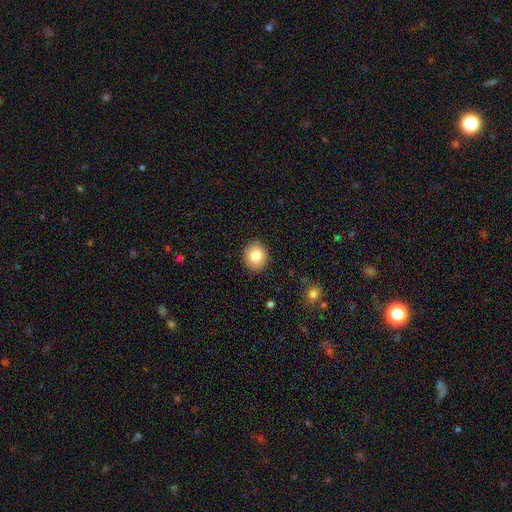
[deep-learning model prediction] smooth-or-featured: smooth: 82% | featured or disk: 10% | star or artifact: 9%
  how-rounded: round: 67% | in between: 32% | cigar-shaped: 1%
  merging: none: 89% | minor disturbance: 8% | major disturbance: 2% | merger: 1%